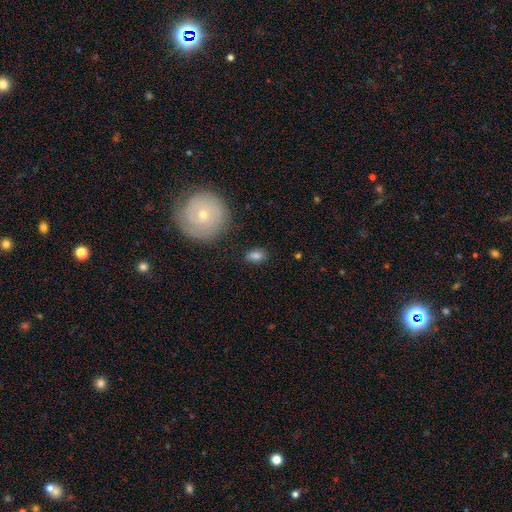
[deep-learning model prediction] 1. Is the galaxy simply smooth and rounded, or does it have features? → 79% smooth, 11% featured or disk, 9% star or artifact.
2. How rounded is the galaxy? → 81% in between, 17% round, 2% cigar-shaped.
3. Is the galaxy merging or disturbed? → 81% none, 13% minor disturbance, 3% major disturbance, 3% merger.